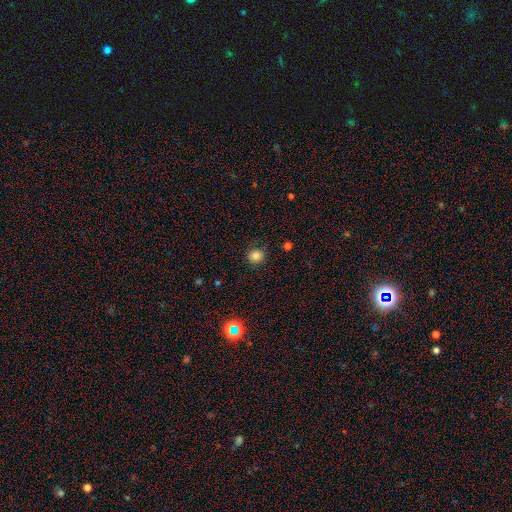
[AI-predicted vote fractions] This appears to be a smooth galaxy with no disk features (81%) that is round (82%). Merging: none (85%).